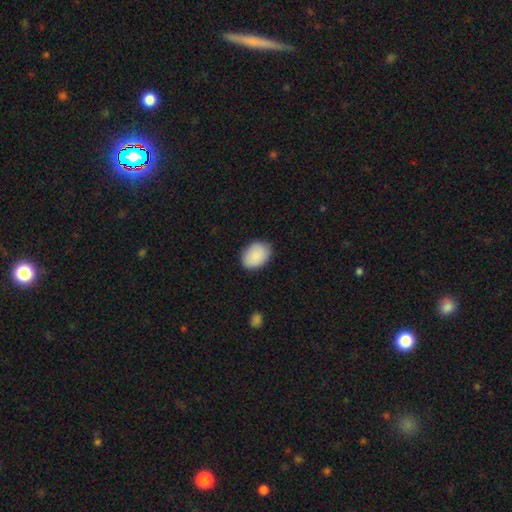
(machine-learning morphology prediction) Smooth or featured: smooth — 90% (star or artifact — 6%)
How rounded: in between — 78% (round — 21%)
Merging: none — 86% (minor disturbance — 11%)